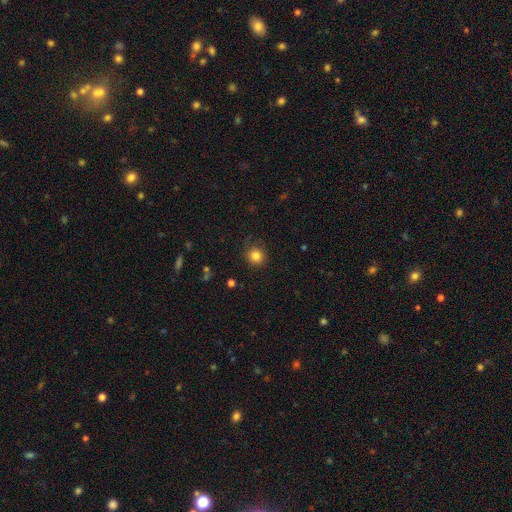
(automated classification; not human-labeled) smooth 84%, star or artifact 11%, featured or disk 5%. Down the decision tree: how rounded — round (92%); merging — none (82%).